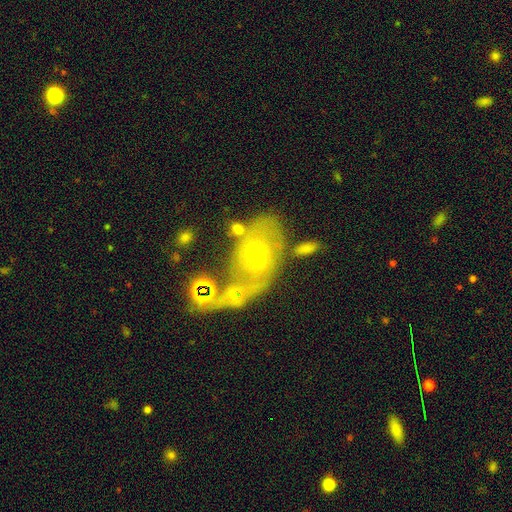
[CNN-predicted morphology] Overall: featured or disk (63%; smooth 26%). Edge-on disk: no (93%). Bar: weak (45%; no 31%). Spiral arms: yes (70%). Bulge size: small (57%; moderate 37%). Merging: merger (38%; none 35%).